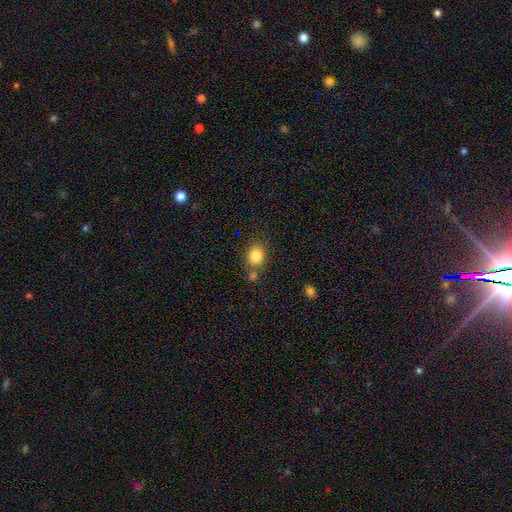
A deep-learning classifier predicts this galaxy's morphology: smooth_or_featured: smooth (p=0.85) [alt: star or artifact p=0.10]
how_rounded: round (p=0.61) [alt: in between p=0.38]
merging: none (p=0.66) [alt: merger p=0.18]